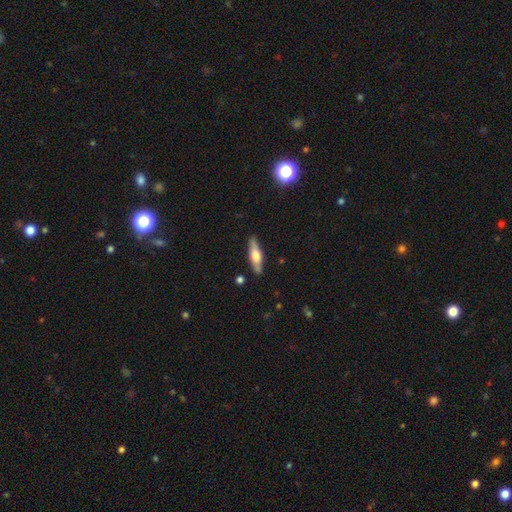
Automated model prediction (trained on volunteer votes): This is possibly a featured or disk galaxy (49%). Merging: clearly none (87%).